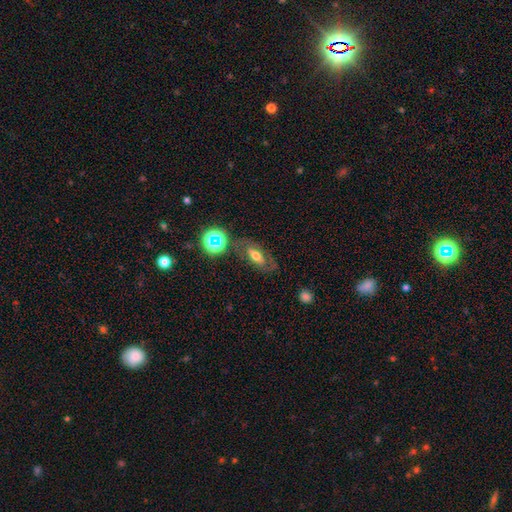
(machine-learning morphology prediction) This appears to be a smooth galaxy with no disk features (44%). Merging: none (67%).